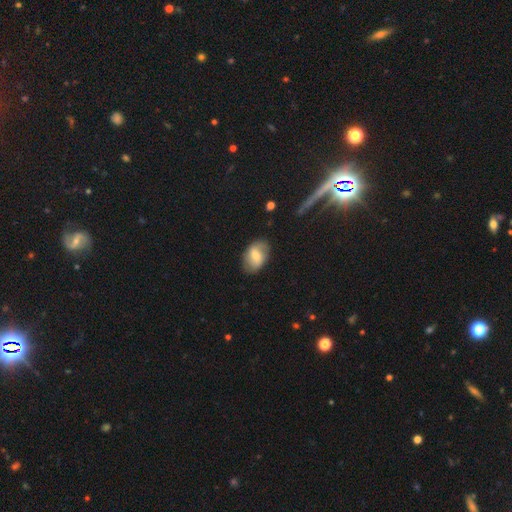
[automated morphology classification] Smooth or featured? Predicted: smooth (p=0.57). How rounded? Predicted: in between (p=0.85). Merging? Predicted: none (p=0.78).